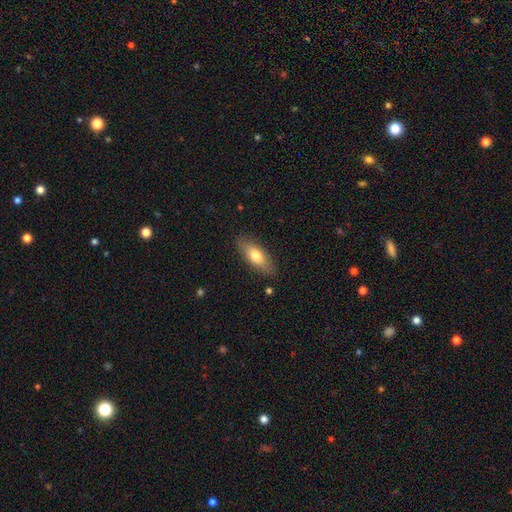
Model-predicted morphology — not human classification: smooth 72%, featured or disk 21%, star or artifact 6%. Down the decision tree: how rounded — in between (75%); merging — none (84%).